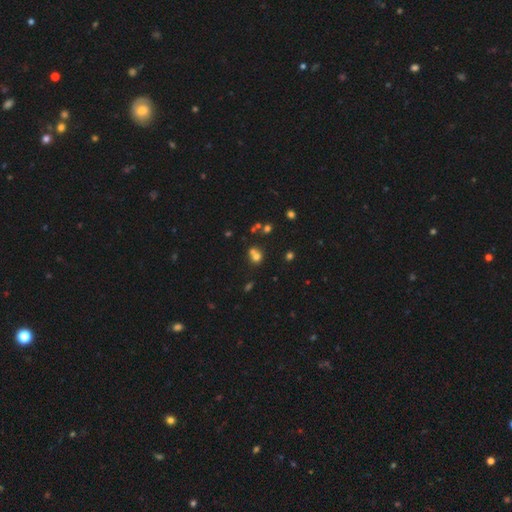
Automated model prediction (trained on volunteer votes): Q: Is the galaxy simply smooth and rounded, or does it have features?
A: smooth — 64%.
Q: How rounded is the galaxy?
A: round — 75%.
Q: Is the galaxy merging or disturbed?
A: merger — 49%.